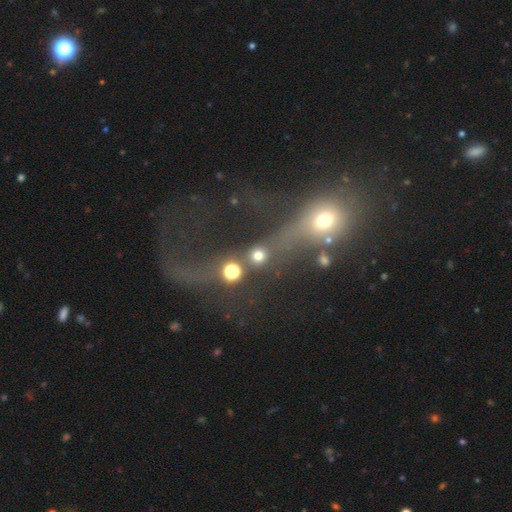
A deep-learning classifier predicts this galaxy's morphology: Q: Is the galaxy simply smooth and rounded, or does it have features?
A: featured or disk — 41%.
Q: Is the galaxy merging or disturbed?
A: merger — 56%.